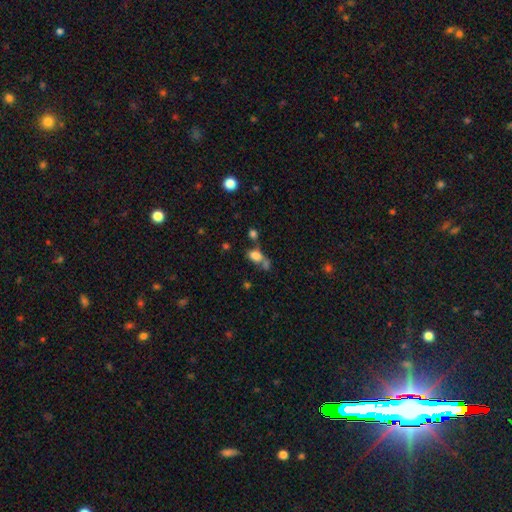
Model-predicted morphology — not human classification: type=smooth (76%); roundness=in between (76%); merging=none (39%).